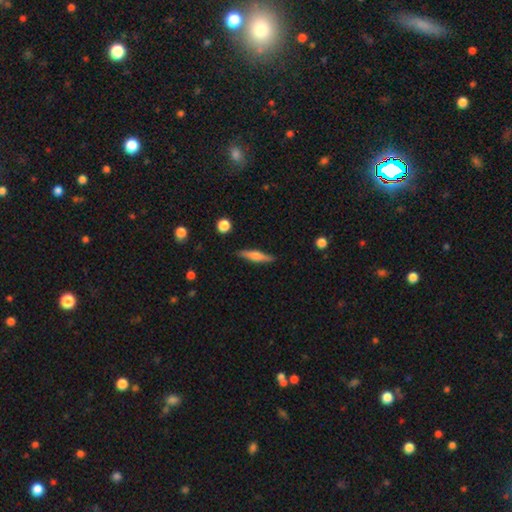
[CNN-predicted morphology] Smooth or featured? Predicted: smooth (p=0.50). Merging? Predicted: none (p=0.88).